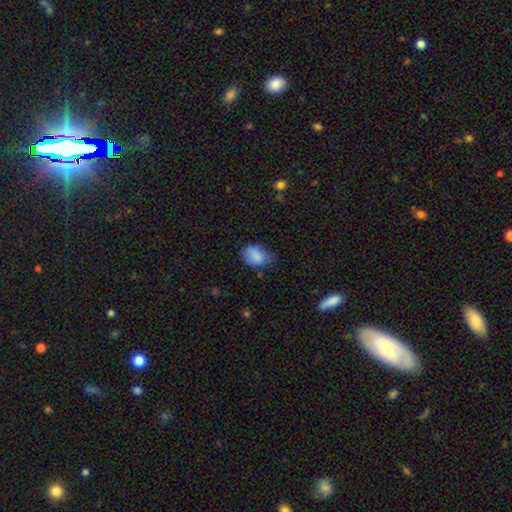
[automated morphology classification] Smooth or featured: smooth — 83% (featured or disk — 9%)
How rounded: in between — 73% (round — 26%)
Merging: none — 53% (minor disturbance — 35%)